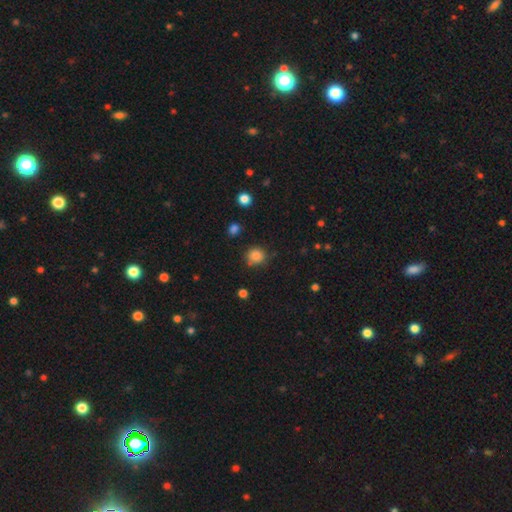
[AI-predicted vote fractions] This is clearly a smooth galaxy (84%). How rounded: clearly round (87%). Merging: likely none (80%).